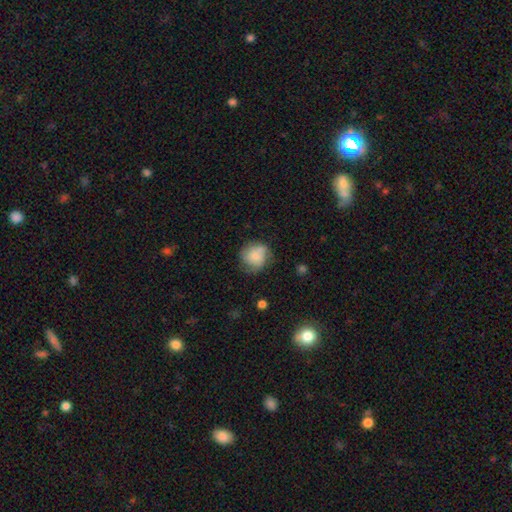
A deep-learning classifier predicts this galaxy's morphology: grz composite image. It shows a smooth galaxy with no disk features (59%) that is round (80%). Merging: none (60%).